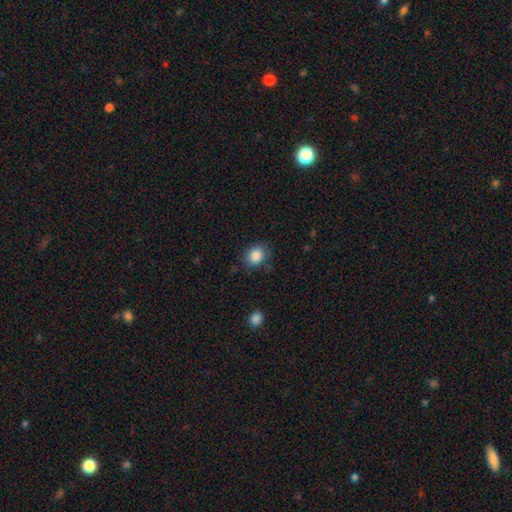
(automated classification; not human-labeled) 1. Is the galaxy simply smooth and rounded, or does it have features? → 86% smooth, 9% star or artifact, 5% featured or disk.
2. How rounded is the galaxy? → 61% round, 38% in between, 1% cigar-shaped.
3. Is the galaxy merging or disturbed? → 77% none, 17% minor disturbance, 5% major disturbance, 2% merger.